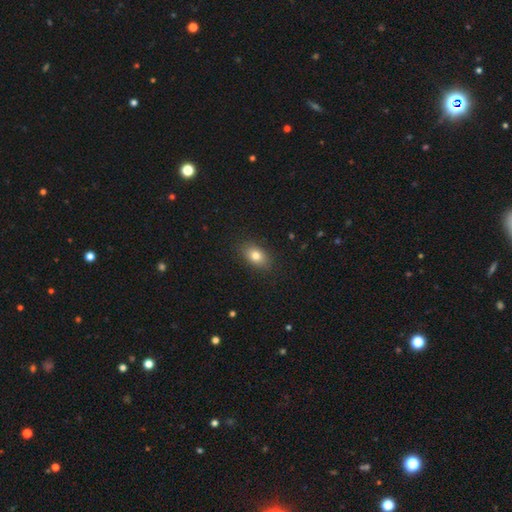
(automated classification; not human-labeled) smooth 80%, featured or disk 11%, star or artifact 9%. Down the decision tree: how rounded — in between (84%); merging — none (87%).